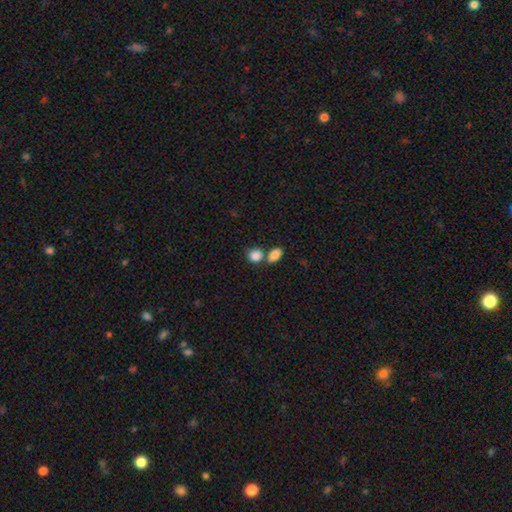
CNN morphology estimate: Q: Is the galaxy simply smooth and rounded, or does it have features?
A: smooth — 86%.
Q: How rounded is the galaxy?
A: round — 54%.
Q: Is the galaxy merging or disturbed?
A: none — 50%.